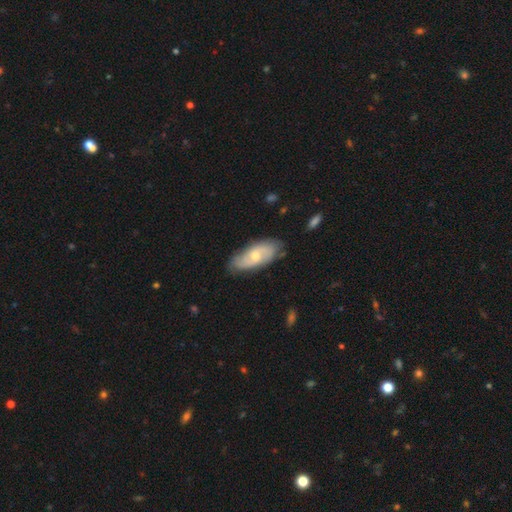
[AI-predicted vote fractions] A featured or disk galaxy (61%) with no bar (63%), spiral arms (83%) and a moderate central bulge (56%). Merging: none (76%).